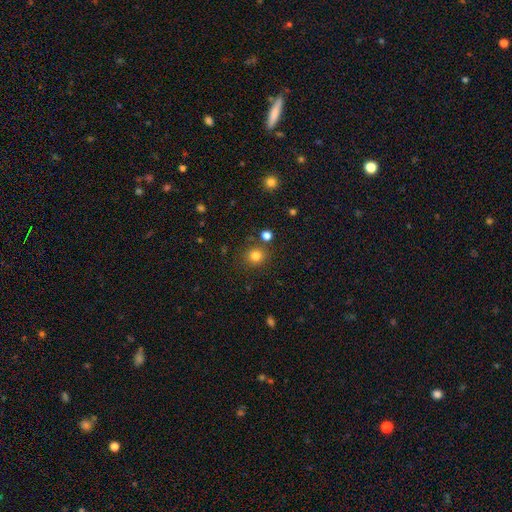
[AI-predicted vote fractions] Morphology: type=smooth (81%); roundness=round (88%); merging=none (82%).